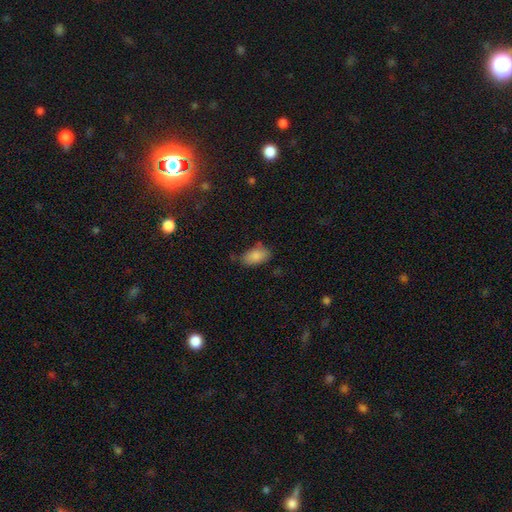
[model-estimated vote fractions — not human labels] Morphology: type=smooth (86%); roundness=in between (92%); merging=none (68%).